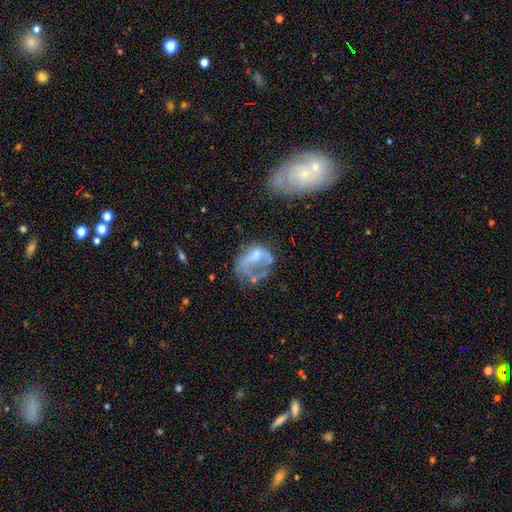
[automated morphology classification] featured or disk 58%, smooth 30%, star or artifact 12%. Down the decision tree: edge-on disk — no (97%); bar — no (75%); spiral arms — no (69%); bulge size — moderate (33%); merging — major disturbance (41%).